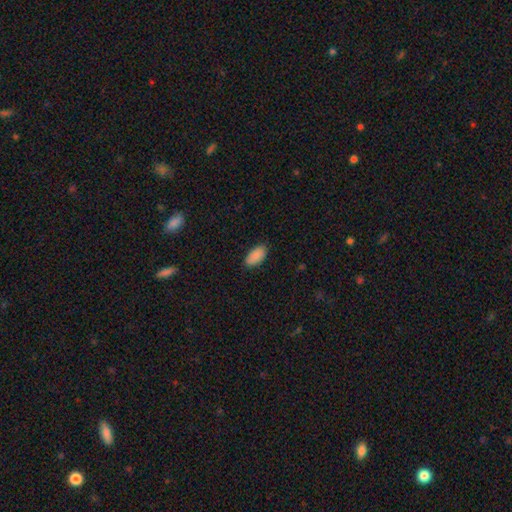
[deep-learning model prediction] The model was most divided on "merging": none: 84%, minor disturbance: 13%, major disturbance: 2%, merger: 1%. More confident: how rounded — in between (94%); smooth or featured — smooth (88%).